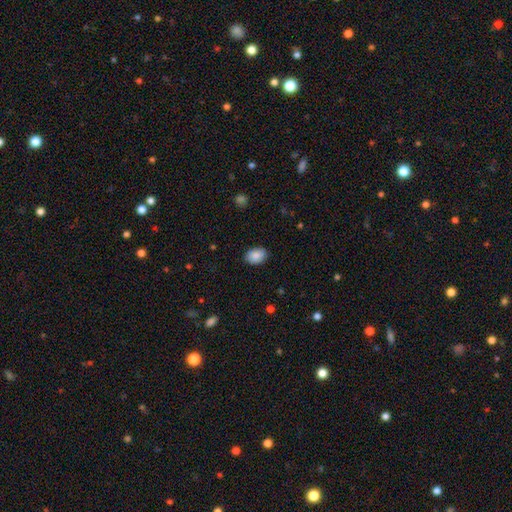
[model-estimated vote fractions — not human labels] smooth_or_featured: smooth (p=0.88) [alt: star or artifact p=0.07]
how_rounded: in between (p=0.79) [alt: round p=0.20]
merging: none (p=0.87) [alt: minor disturbance p=0.10]